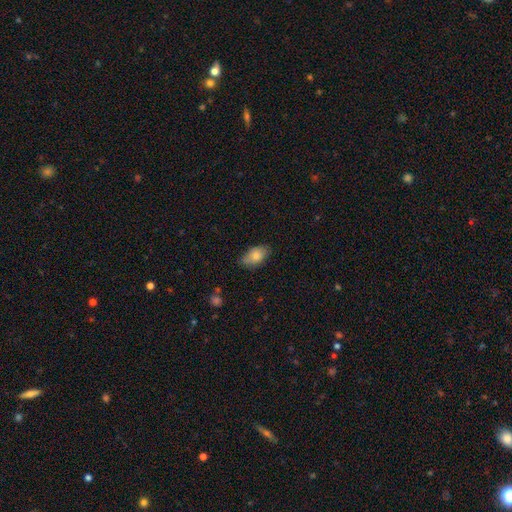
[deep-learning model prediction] Smooth or featured? Predicted: smooth (p=0.76). How rounded? Predicted: in between (p=0.92). Merging? Predicted: none (p=0.73).